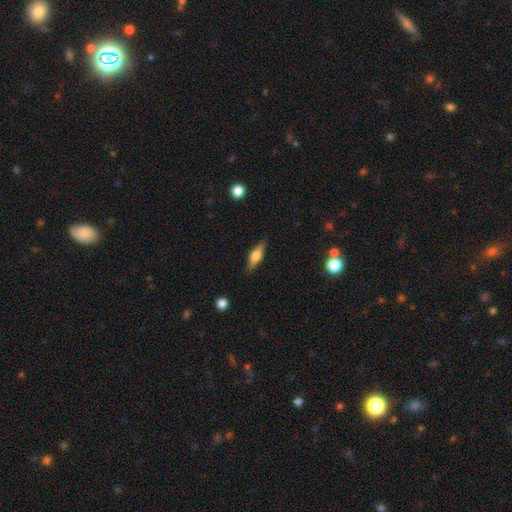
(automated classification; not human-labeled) Overall: smooth (50%; featured or disk 43%). How rounded: cigar-shaped (52%; in between 44%). Merging: none (86%).